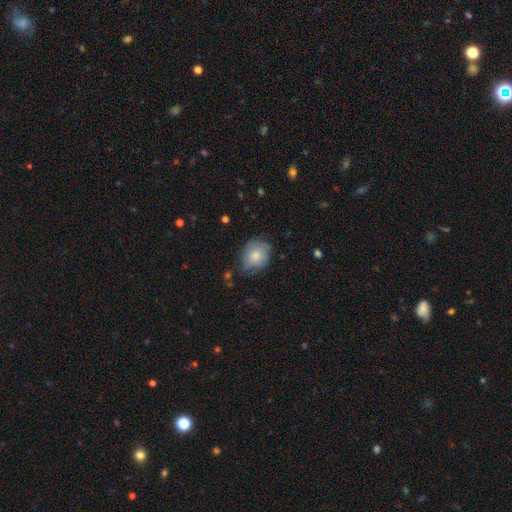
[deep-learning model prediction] Smooth or featured?
  - smooth: 70% *
  - featured or disk: 23%
  - star or artifact: 7%
How rounded?
  - round: 55% *
  - in between: 44%
  - cigar-shaped: 1%
Merging?
  - none: 60% *
  - minor disturbance: 28%
  - major disturbance: 9%
  - merger: 2%